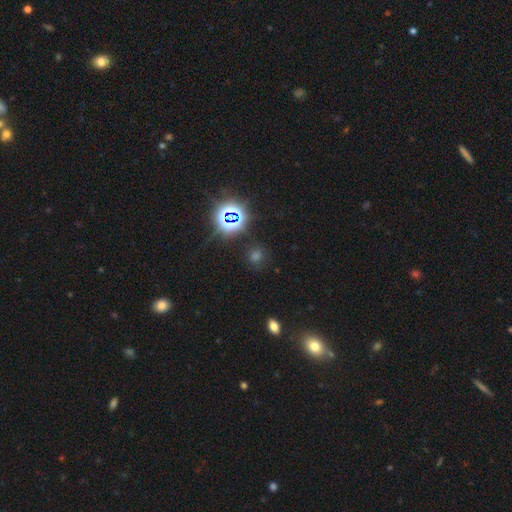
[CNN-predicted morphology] This is possibly a star or artifact rather than a galaxy (53%).